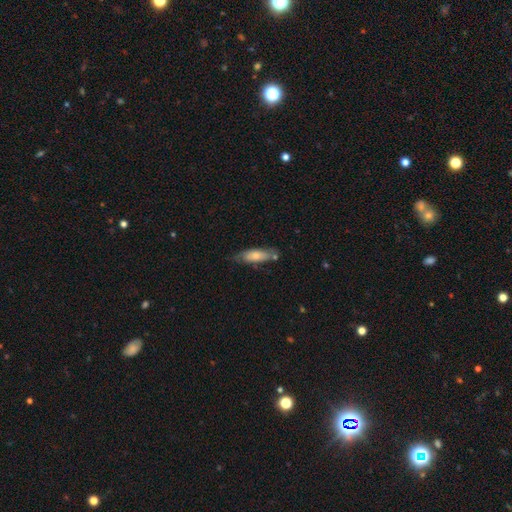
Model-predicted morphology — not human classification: smooth_or_featured: smooth (p=0.65) [alt: featured or disk p=0.29]
how_rounded: in between (p=0.56) [alt: cigar-shaped p=0.42]
merging: none (p=0.62) [alt: minor disturbance p=0.25]